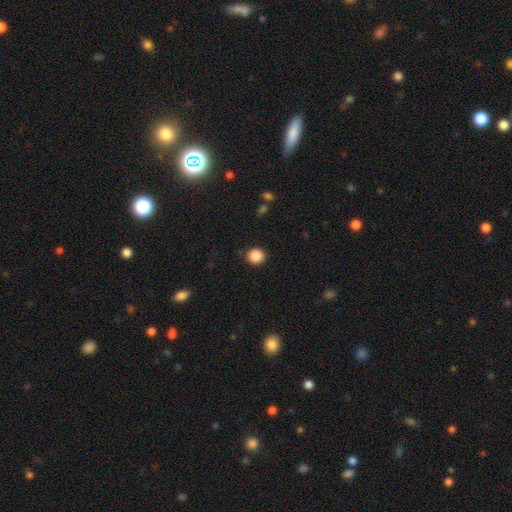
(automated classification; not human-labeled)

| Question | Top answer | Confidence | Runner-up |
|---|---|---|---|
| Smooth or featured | smooth | 87% | star or artifact (10%) |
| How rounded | round | 89% | in between (10%) |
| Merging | none | 89% | minor disturbance (7%) |